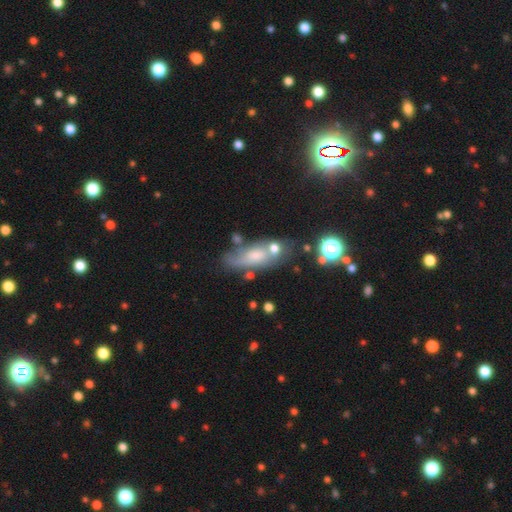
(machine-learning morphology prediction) Smooth or featured? Predicted: smooth (p=0.51). How rounded? Predicted: in between (p=0.67). Merging? Predicted: none (p=0.43).